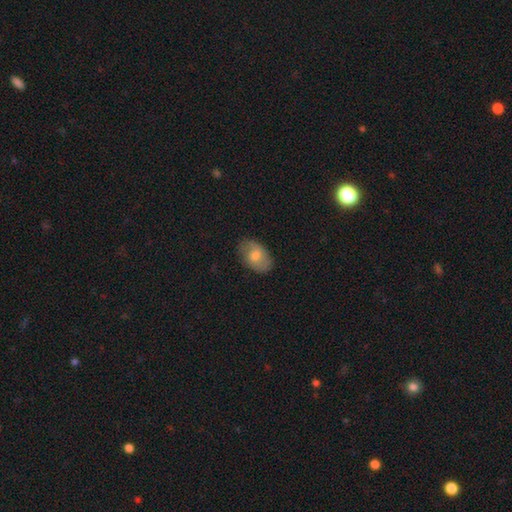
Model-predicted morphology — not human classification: This is likely a smooth galaxy (66%). How rounded: clearly in between (87%). Merging: likely none (76%).